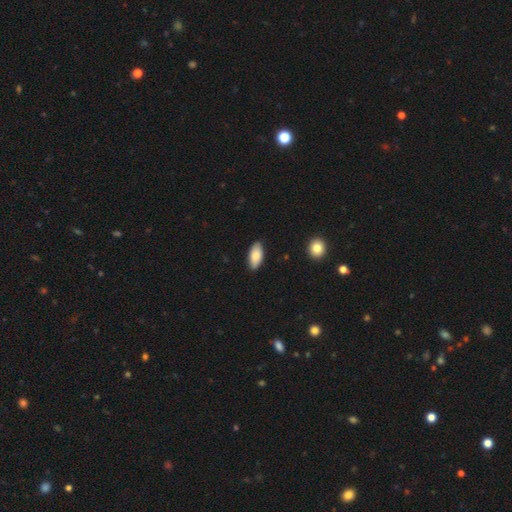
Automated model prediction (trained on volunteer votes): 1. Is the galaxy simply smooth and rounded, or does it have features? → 84% smooth, 10% featured or disk, 6% star or artifact.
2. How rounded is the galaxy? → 90% in between, 8% cigar-shaped, 2% round.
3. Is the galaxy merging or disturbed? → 87% none, 10% minor disturbance, 2% major disturbance, 1% merger.